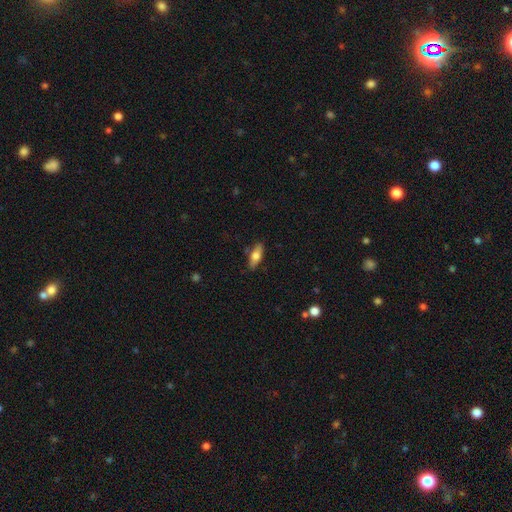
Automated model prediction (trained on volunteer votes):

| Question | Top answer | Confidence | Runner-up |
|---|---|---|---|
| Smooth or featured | smooth | 69% | featured or disk (24%) |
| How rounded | in between | 69% | cigar-shaped (28%) |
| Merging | none | 83% | minor disturbance (12%) |